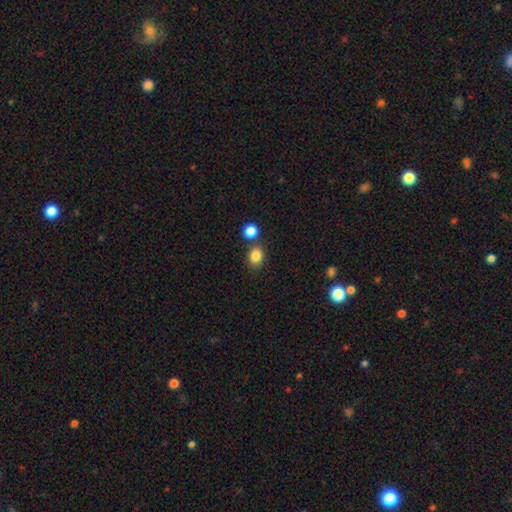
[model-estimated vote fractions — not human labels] This appears to be a smooth galaxy with no disk features (84%) that is round (58%). Merging: none (72%).